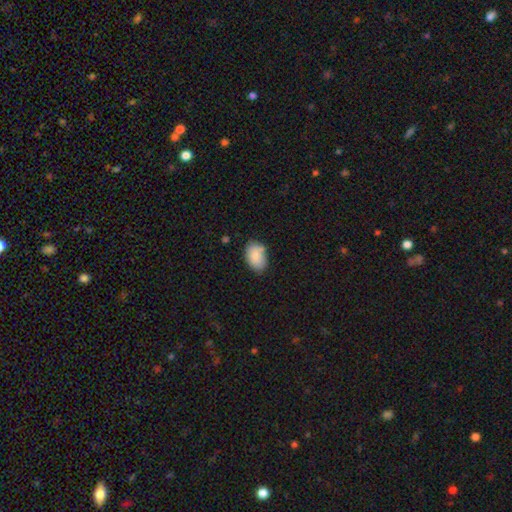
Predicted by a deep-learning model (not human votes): Smooth or featured?
  - smooth: 83% *
  - featured or disk: 10%
  - star or artifact: 7%
How rounded?
  - in between: 88% *
  - round: 11%
  - cigar-shaped: 1%
Merging?
  - none: 70% *
  - minor disturbance: 20%
  - merger: 6%
  - major disturbance: 4%